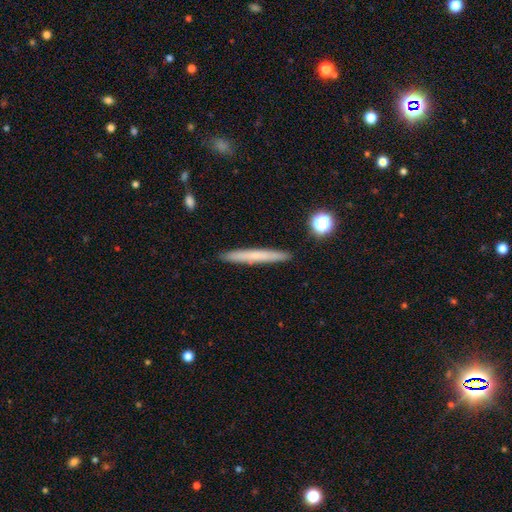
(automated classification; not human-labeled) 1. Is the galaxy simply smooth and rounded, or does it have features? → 63% smooth, 30% featured or disk, 7% star or artifact.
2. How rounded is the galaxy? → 96% cigar-shaped, 2% in between, 1% round.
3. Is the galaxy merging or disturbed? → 91% none, 6% minor disturbance, 1% merger, 1% major disturbance.